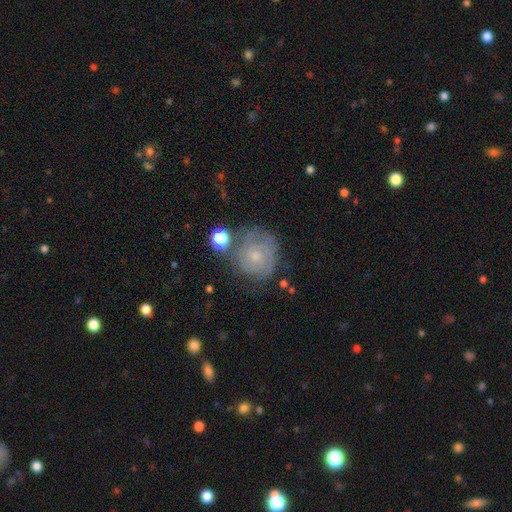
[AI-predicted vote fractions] Morphology: type=featured or disk (74%); edge-on=no (98%); bar=no (77%); spiral arms=yes (92%); winding=tight (73%); arm count=can't tell (34%); bulge=small (65%); merging=none (67%).